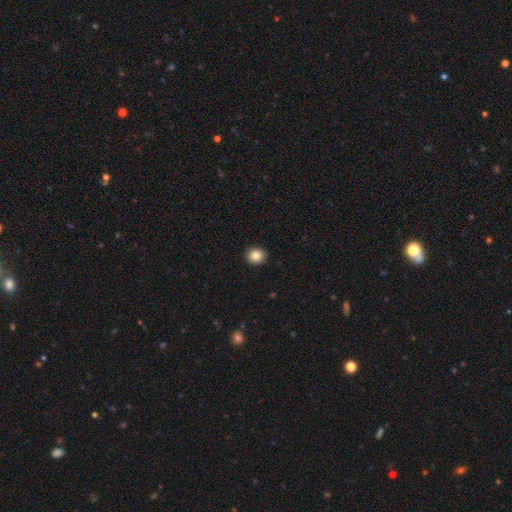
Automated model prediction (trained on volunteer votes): Q: Smooth or featured?
A: smooth (86%); runner-up: star or artifact (9%)
Q: How rounded?
A: round (87%); runner-up: in between (12%)
Q: Merging?
A: none (93%); runner-up: minor disturbance (5%)